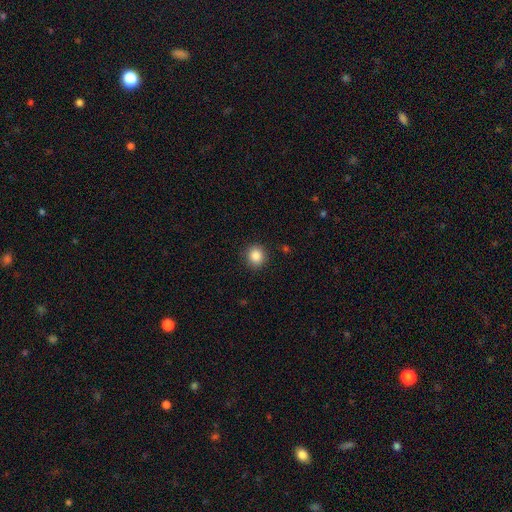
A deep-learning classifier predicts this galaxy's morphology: type=smooth (86%); roundness=round (89%); merging=none (90%).